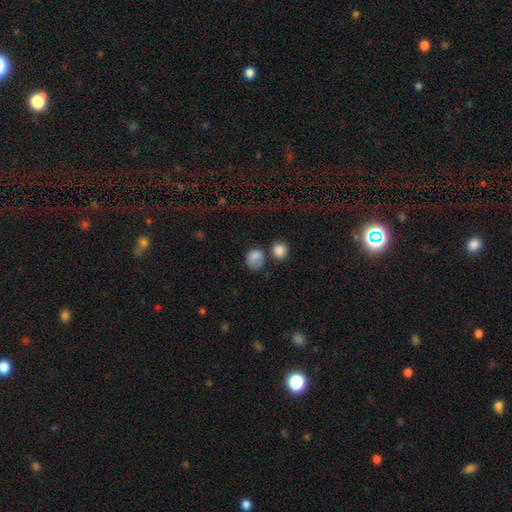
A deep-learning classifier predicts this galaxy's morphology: Smooth or featured? Predicted: smooth (p=0.82). How rounded? Predicted: round (p=0.57). Merging? Predicted: none (p=0.45).